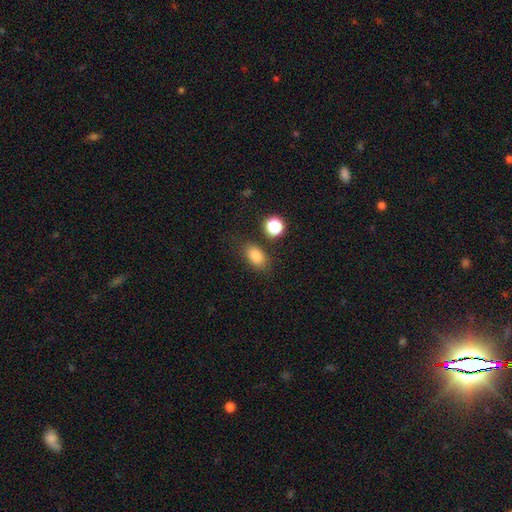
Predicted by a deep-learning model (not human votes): Q: Smooth or featured?
A: smooth (83%); runner-up: star or artifact (11%)
Q: How rounded?
A: in between (83%); runner-up: round (14%)
Q: Merging?
A: none (79%); runner-up: minor disturbance (12%)